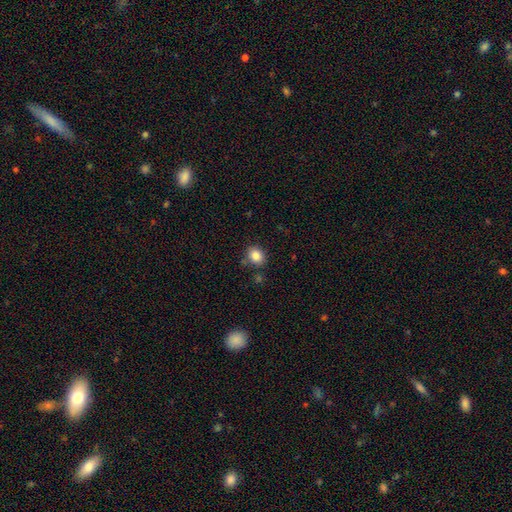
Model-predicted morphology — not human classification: smooth 84%, star or artifact 10%, featured or disk 6%. Down the decision tree: how rounded — round (60%); merging — none (80%).